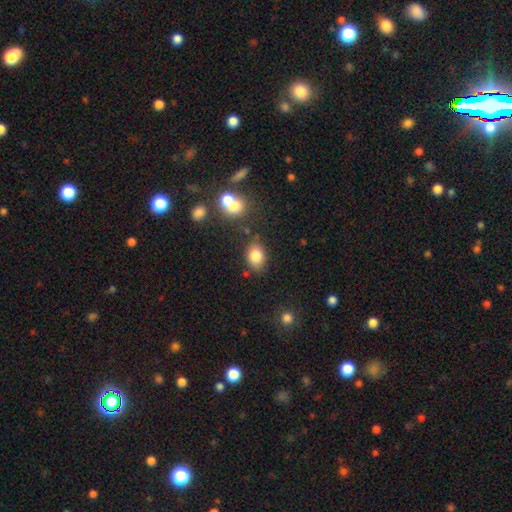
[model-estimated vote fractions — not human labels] Smooth or featured?
  - smooth: 82% *
  - star or artifact: 10%
  - featured or disk: 8%
How rounded?
  - in between: 66% *
  - round: 33%
  - cigar-shaped: 1%
Merging?
  - none: 75% *
  - minor disturbance: 14%
  - merger: 7%
  - major disturbance: 4%